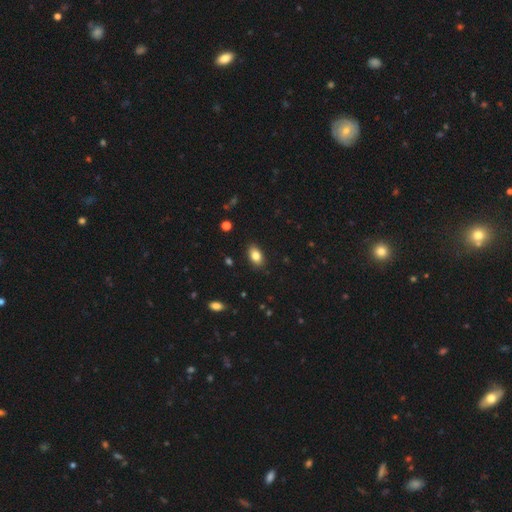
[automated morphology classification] Overall: smooth (84%). How rounded: in between (90%). Merging: none (87%).